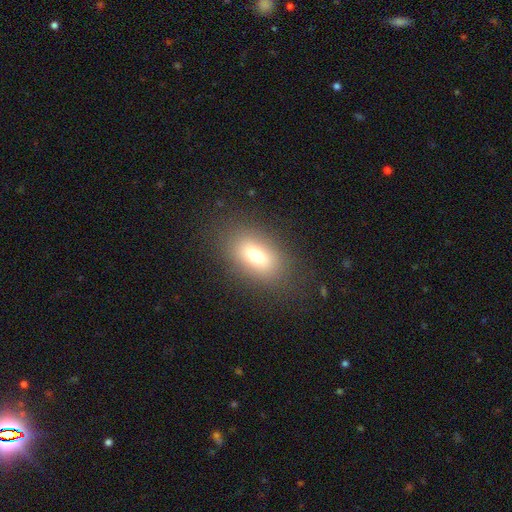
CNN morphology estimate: The model was most divided on "smooth or featured": smooth: 73%, featured or disk: 15%, star or artifact: 12%. More confident: how rounded — in between (84%); merging — none (81%).